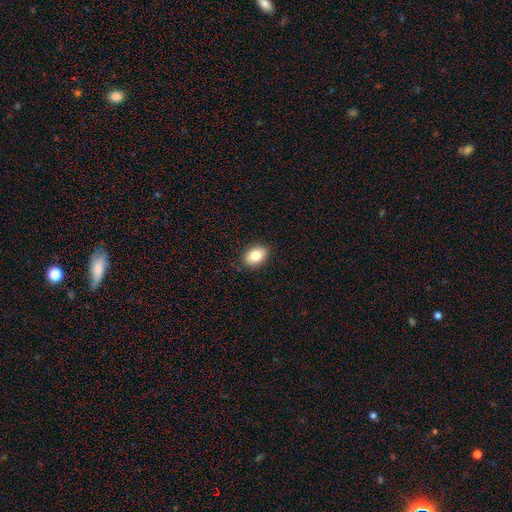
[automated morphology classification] Smooth or featured? smooth (82%)
How rounded? in between (84%)
Merging? none (88%)